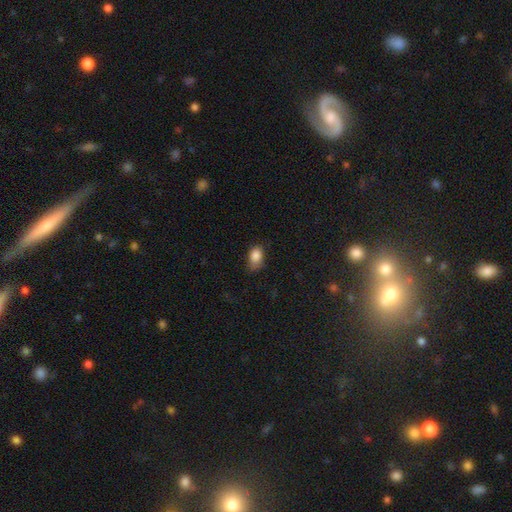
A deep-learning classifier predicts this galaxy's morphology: Smooth or featured? Predicted: smooth (p=0.85). How rounded? Predicted: in between (p=0.83). Merging? Predicted: none (p=0.57).